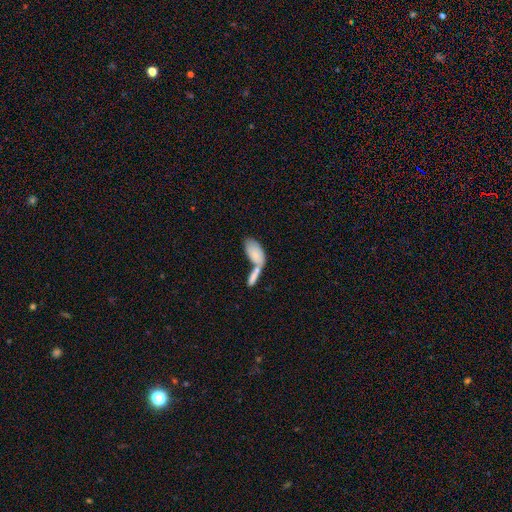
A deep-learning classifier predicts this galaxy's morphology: smooth_or_featured: smooth (p=0.77) [alt: featured or disk p=0.17]
how_rounded: in between (p=0.87) [alt: cigar-shaped p=0.11]
merging: merger (p=0.52) [alt: none p=0.29]